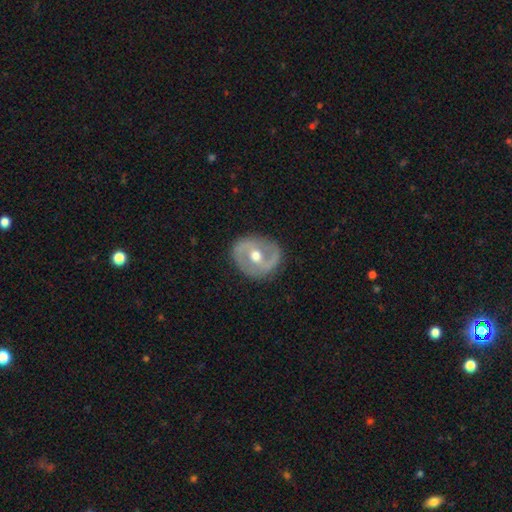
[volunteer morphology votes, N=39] Smooth or featured: featured or disk — 72% (smooth — 28%)
Edge-on disk: no — 100%
Bar: no — 43% (weak — 36%)
Spiral arms: yes — 82% (no — 18%)
Spiral winding: loose — 43% (tight — 30%)
Spiral arm count: 2 — 96% (can't tell — 4%)
Bulge size: moderate — 82% (small — 11%)
Merging: none — 79% (minor disturbance — 15%)